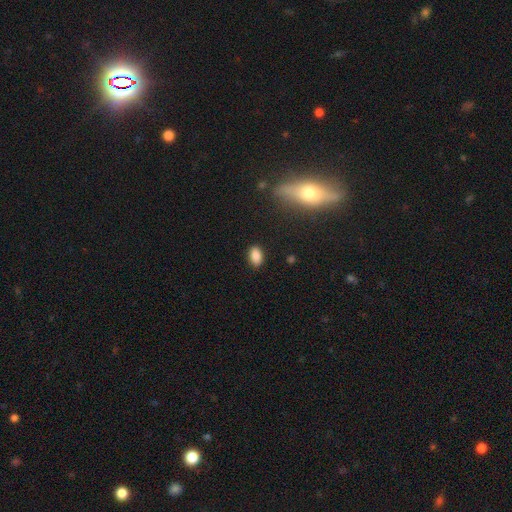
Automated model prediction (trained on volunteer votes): Smooth or featured? Predicted: smooth (p=0.86). How rounded? Predicted: in between (p=0.89). Merging? Predicted: none (p=0.87).